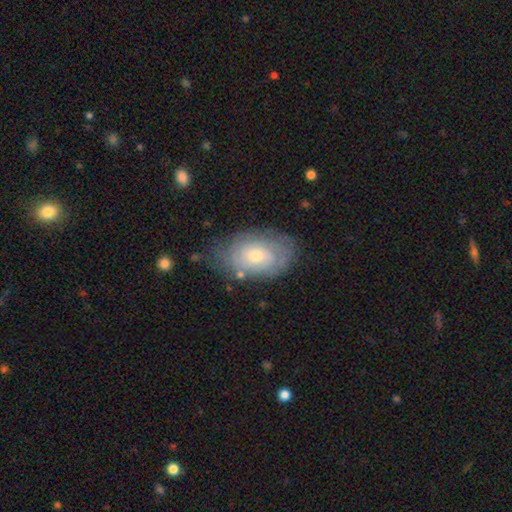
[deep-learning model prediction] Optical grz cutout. It shows a featured or disk galaxy (56%) with no bar (78%), spiral arms (74%) and a moderate central bulge (48%). Merging: none (70%).